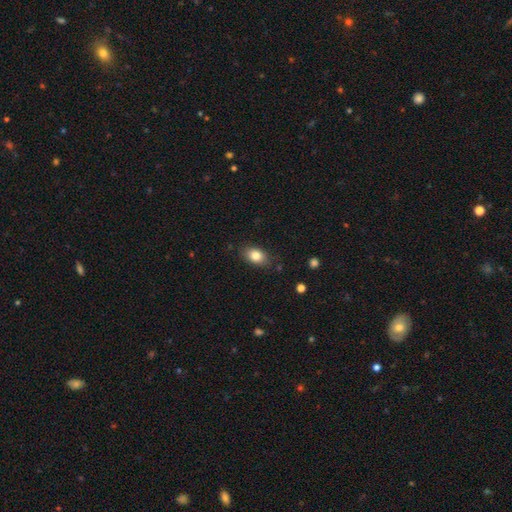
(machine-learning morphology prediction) This is clearly a smooth galaxy (83%). How rounded: clearly in between (81%). Merging: clearly none (82%).